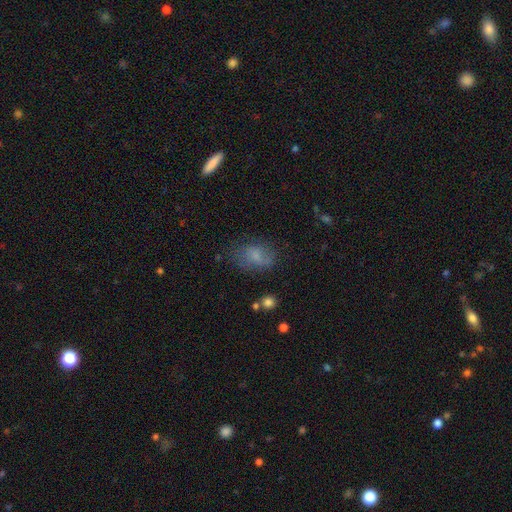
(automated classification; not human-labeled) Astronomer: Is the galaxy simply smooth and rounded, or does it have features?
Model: smooth — 66%.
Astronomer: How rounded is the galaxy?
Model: in between — 82%.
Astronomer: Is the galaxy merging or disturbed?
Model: none — 54%.